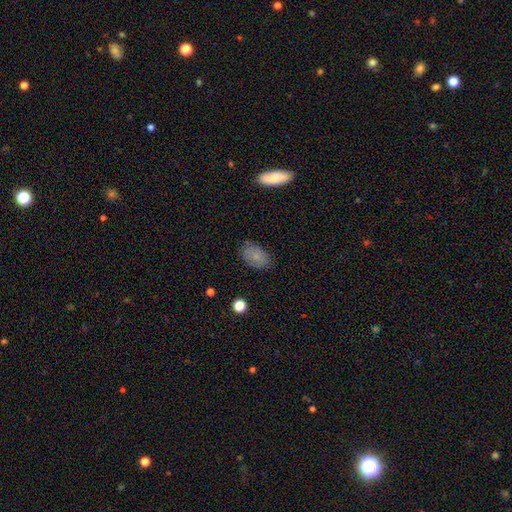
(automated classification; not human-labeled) smooth-or-featured: smooth: 79% | featured or disk: 13% | star or artifact: 9%
  how-rounded: in between: 87% | round: 11% | cigar-shaped: 2%
  merging: none: 80% | minor disturbance: 15% | major disturbance: 4% | merger: 1%